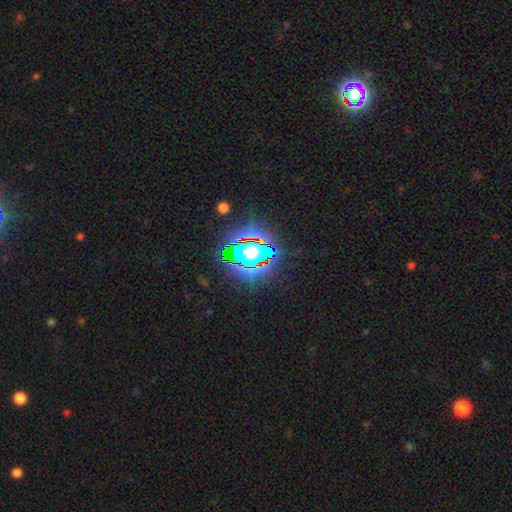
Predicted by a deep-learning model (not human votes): Smooth or featured? Predicted: star or artifact (p=0.67).